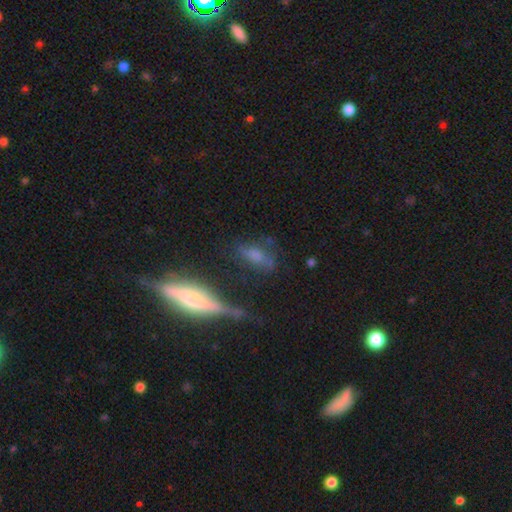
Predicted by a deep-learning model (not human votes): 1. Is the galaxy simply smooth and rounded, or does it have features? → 49% smooth, 36% featured or disk, 14% star or artifact.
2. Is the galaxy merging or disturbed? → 50% none, 24% minor disturbance, 16% major disturbance, 10% merger.